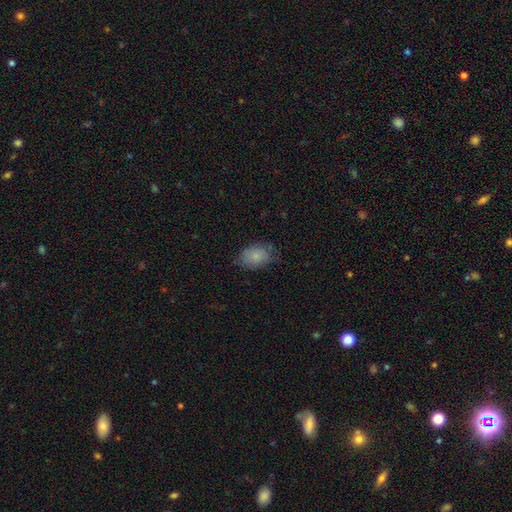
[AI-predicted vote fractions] Overall: smooth (83%). How rounded: in between (80%). Merging: none (67%).